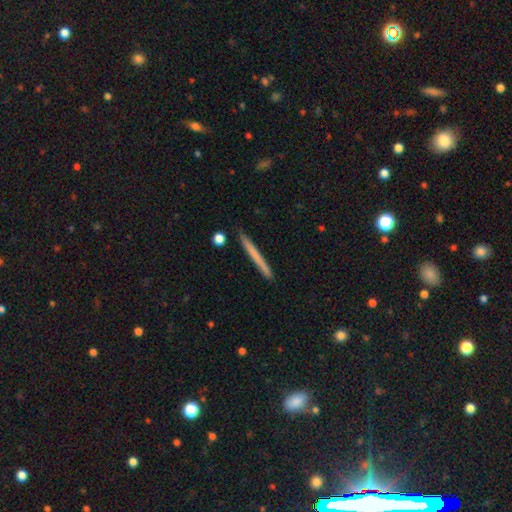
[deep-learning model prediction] Smooth or featured?
  - smooth: 63% *
  - featured or disk: 32%
  - star or artifact: 6%
How rounded?
  - cigar-shaped: 97% *
  - in between: 2%
  - round: 1%
Merging?
  - none: 91% *
  - minor disturbance: 6%
  - merger: 1%
  - major disturbance: 1%